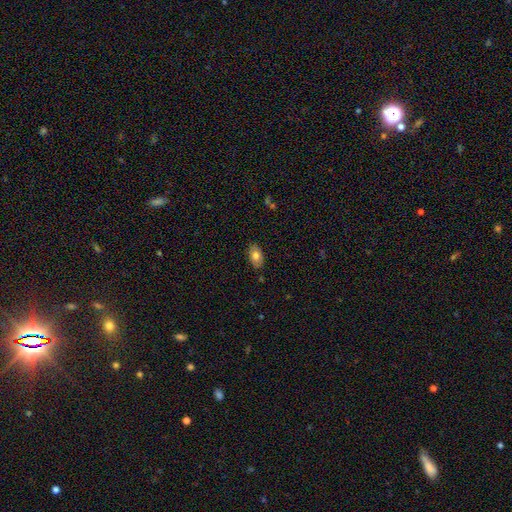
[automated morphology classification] Smooth or featured? smooth (78%)
How rounded? in between (92%)
Merging? none (84%)